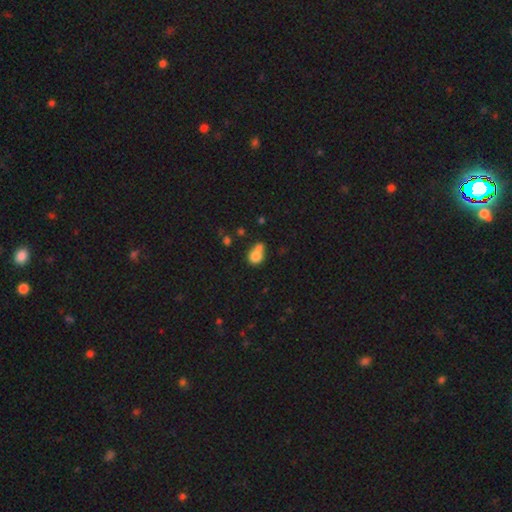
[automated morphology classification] Overall: smooth (79%). How rounded: round (71%). Merging: merger (50%; none 34%).